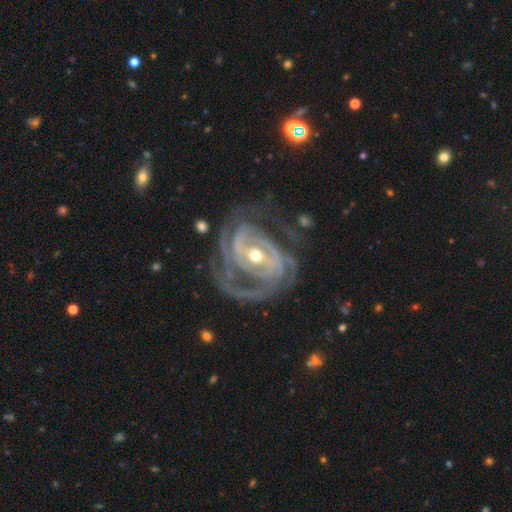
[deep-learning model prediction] smooth-or-featured: featured or disk: 92% | star or artifact: 4% | smooth: 4%
  disk-edge-on: no: 97% | yes: 3%
    bar: weak: 35% | no: 34% | strong: 31%
    has-spiral-arms: yes: 97% | no: 3%
      spiral-winding: tight: 68% | medium: 26% | loose: 6%
      spiral-arm-count: 3: 30% | 2: 23% | can't tell: 19% | 4: 14% | more than 4: 8% | 1: 7%
    bulge-size: moderate: 61% | small: 34% | large: 3% | none: 1% | dominant: 1%
  merging: none: 59% | minor disturbance: 20% | major disturbance: 19% | merger: 2%